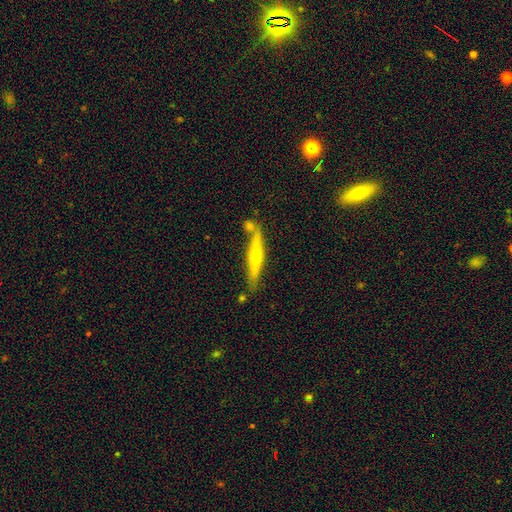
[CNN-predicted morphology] Overall: featured or disk (64%; smooth 29%). Edge-on disk: yes (95%). Edge-on bulge: rounded (81%). Merging: none (77%).